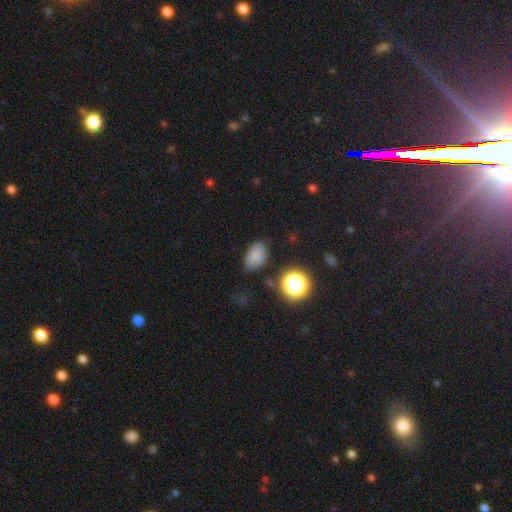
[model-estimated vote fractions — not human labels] Smooth or featured? smooth (79%)
How rounded? in between (85%)
Merging? none (75%)